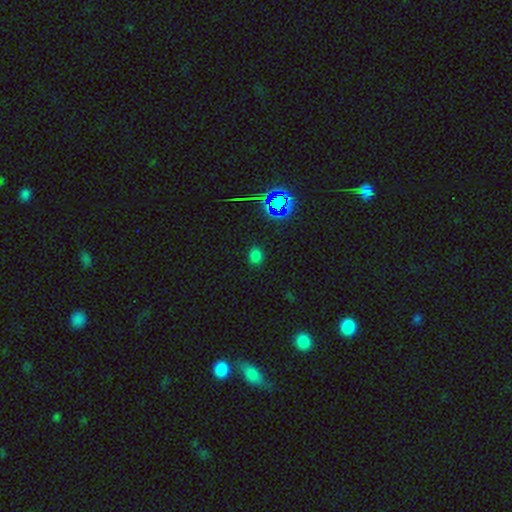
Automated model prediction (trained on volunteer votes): Morphology: type=smooth (70%); roundness=in between (49%, tied with round); merging=none (87%).